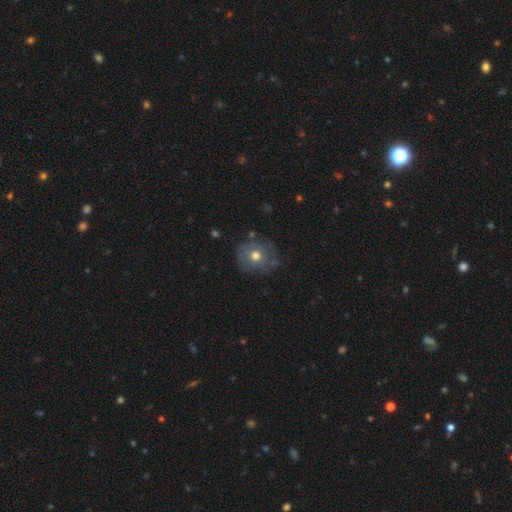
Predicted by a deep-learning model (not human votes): smooth 64%, featured or disk 25%, star or artifact 11%. Down the decision tree: how rounded — round (83%); merging — none (74%).